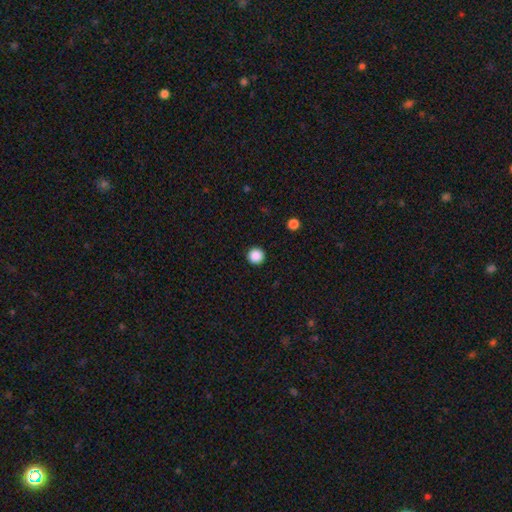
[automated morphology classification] Smooth or featured? Predicted: smooth (p=0.88). How rounded? Predicted: round (p=0.96). Merging? Predicted: none (p=0.94).